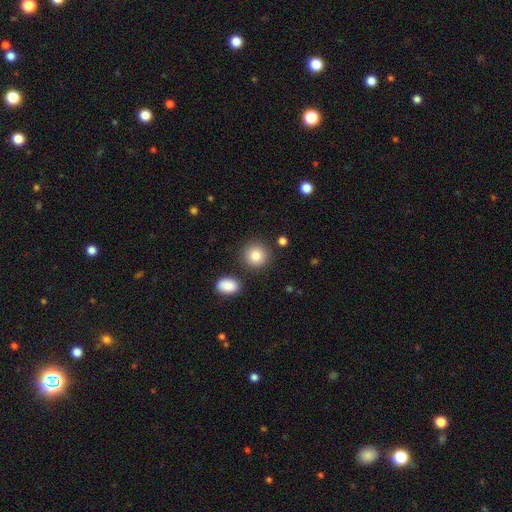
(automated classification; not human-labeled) smooth 83%, star or artifact 9%, featured or disk 8%. Down the decision tree: how rounded — round (91%); merging — none (86%).